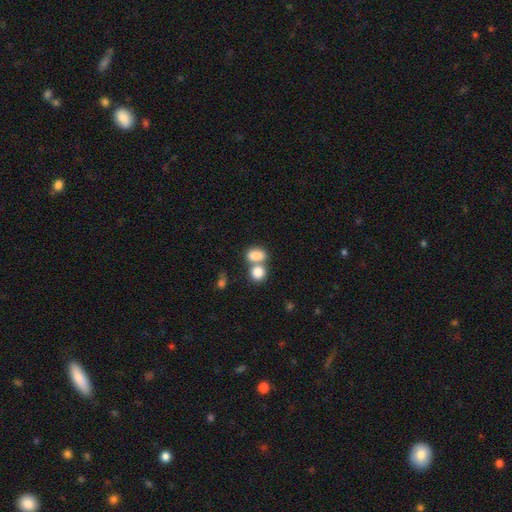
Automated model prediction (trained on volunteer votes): This appears to be a smooth galaxy with no disk features (82%) that is in between round and cigar-shaped (70%). Merging: merger (52%).